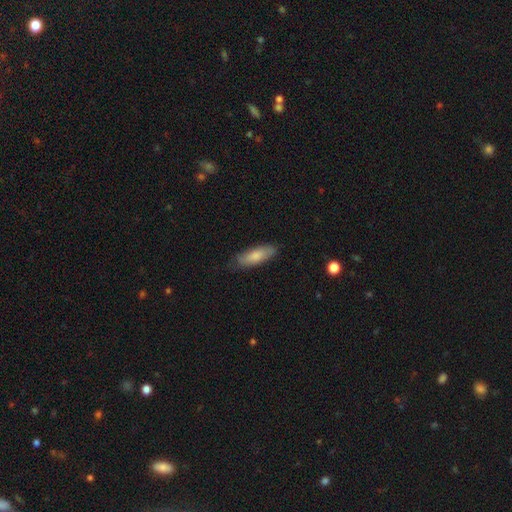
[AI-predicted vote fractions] smooth 78%, featured or disk 17%, star or artifact 6%. Down the decision tree: how rounded — in between (65%); merging — none (76%).